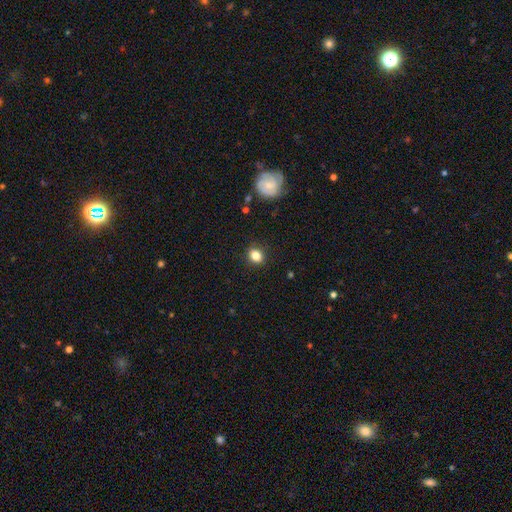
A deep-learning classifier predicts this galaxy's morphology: This is clearly a smooth galaxy (83%). How rounded: likely round (62%). Merging: clearly none (88%).